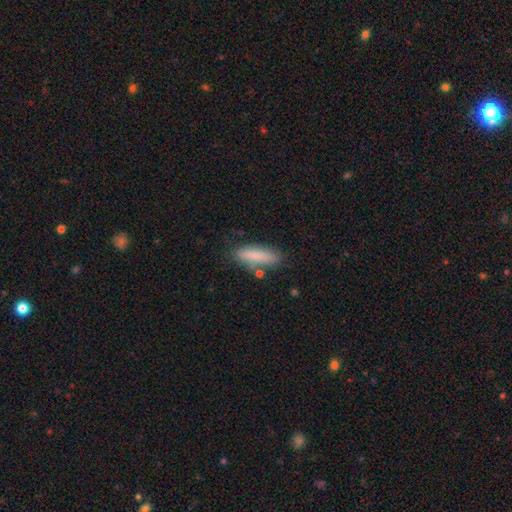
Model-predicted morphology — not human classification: This is clearly a smooth galaxy (84%). How rounded: possibly cigar-shaped (59%). Merging: likely none (76%).